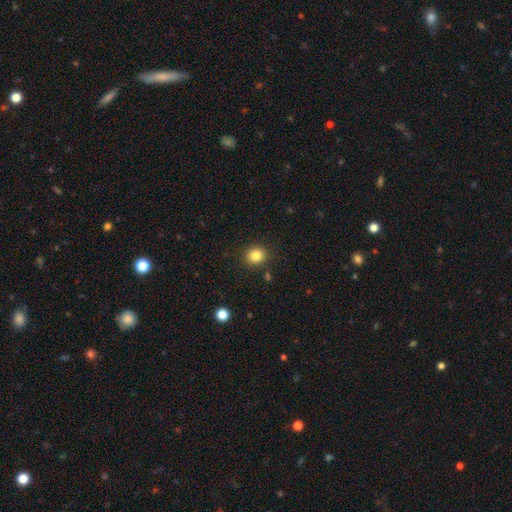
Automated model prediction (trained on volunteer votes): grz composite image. It shows a smooth galaxy with no disk features (84%) that is round (83%). Merging: none (89%).